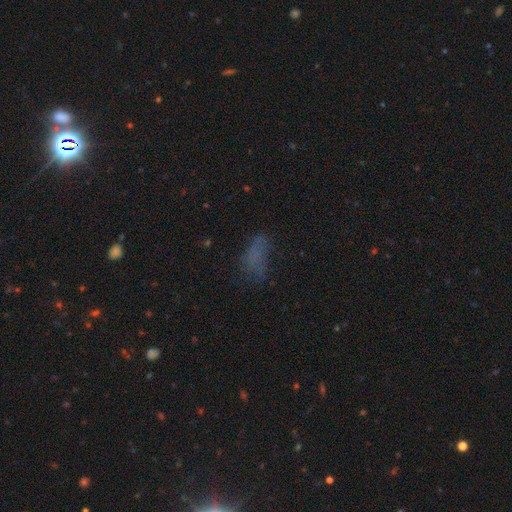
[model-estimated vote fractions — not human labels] This appears to be a smooth galaxy with no disk features (57%) that is in between round and cigar-shaped (80%). Merging: none (49%).